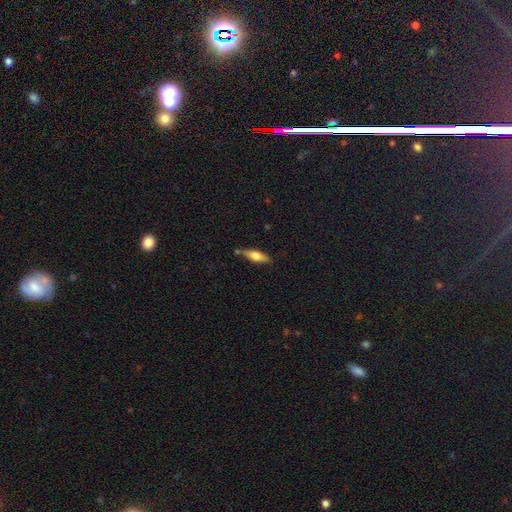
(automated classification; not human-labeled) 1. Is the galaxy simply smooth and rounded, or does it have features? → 67% smooth, 26% featured or disk, 7% star or artifact.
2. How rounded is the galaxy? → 52% in between, 46% cigar-shaped, 2% round.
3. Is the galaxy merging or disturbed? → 70% none, 19% minor disturbance, 7% merger, 4% major disturbance.